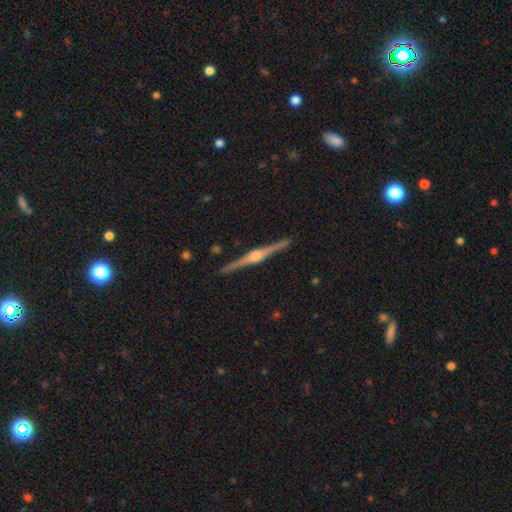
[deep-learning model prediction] Smooth or featured? featured or disk (89%)
Edge-on disk? yes (99%)
Edge-on bulge? rounded (87%)
Merging? none (93%)